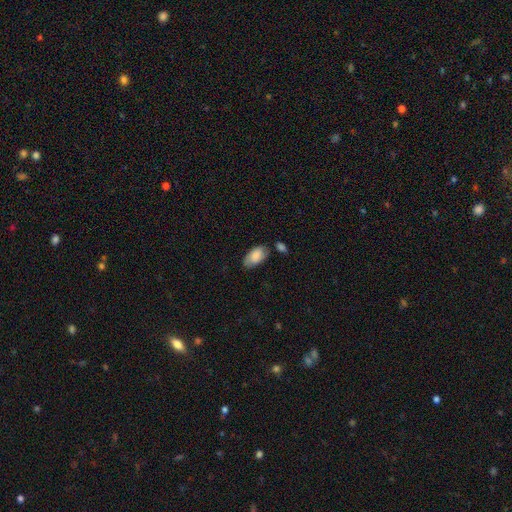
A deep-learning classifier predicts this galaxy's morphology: A smooth galaxy with no disk features (82%) that is in between round and cigar-shaped (95%). Merging: none (65%).